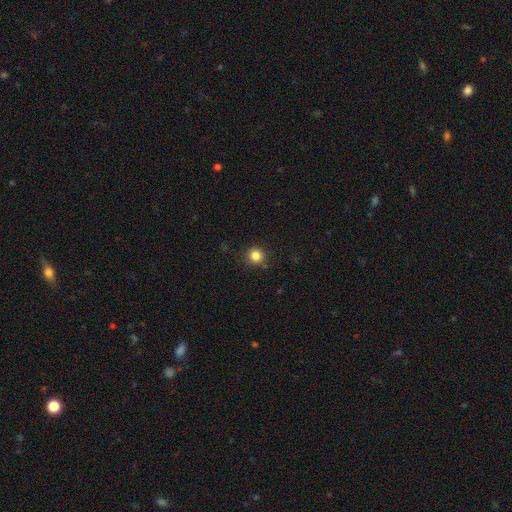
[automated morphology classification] Q: Smooth or featured?
A: smooth (83%); runner-up: star or artifact (12%)
Q: How rounded?
A: round (92%); runner-up: in between (7%)
Q: Merging?
A: none (88%); runner-up: minor disturbance (8%)